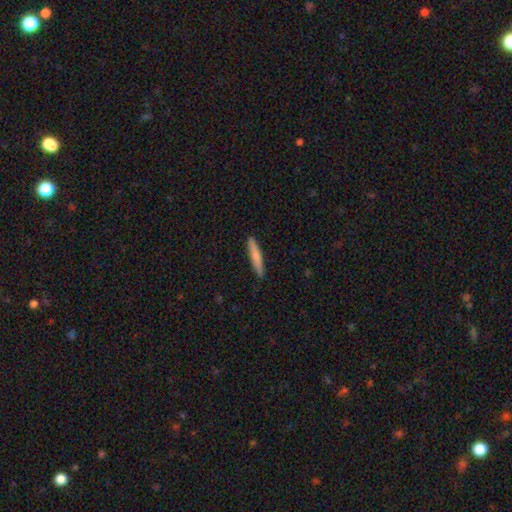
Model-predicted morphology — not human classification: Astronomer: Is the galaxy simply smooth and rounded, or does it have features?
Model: smooth — 78%.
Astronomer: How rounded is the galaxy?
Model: cigar-shaped — 92%.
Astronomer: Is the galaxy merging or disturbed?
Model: none — 90%.